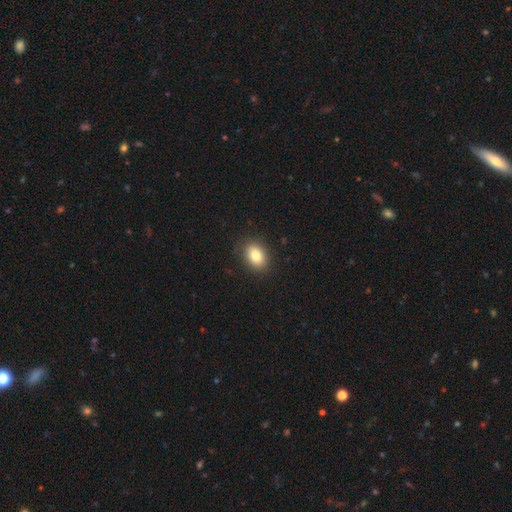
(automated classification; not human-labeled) smooth_or_featured: smooth (p=0.83) [alt: star or artifact p=0.09]
how_rounded: in between (p=0.75) [alt: round p=0.24]
merging: none (p=0.88) [alt: minor disturbance p=0.09]